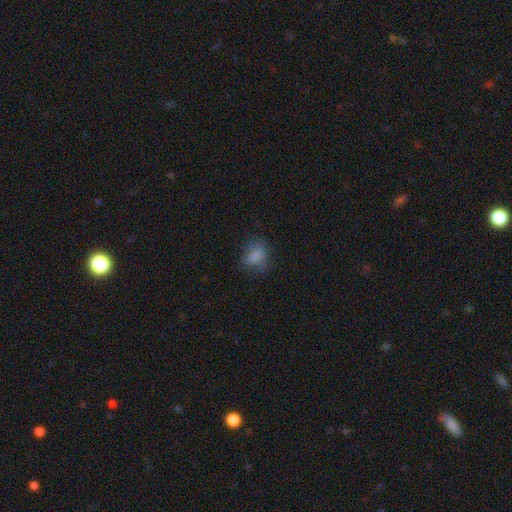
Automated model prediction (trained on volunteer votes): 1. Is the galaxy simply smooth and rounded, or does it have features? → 76% smooth, 12% featured or disk, 12% star or artifact.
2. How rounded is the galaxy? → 67% in between, 30% round, 3% cigar-shaped.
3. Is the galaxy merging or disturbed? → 61% none, 24% minor disturbance, 14% major disturbance, 2% merger.